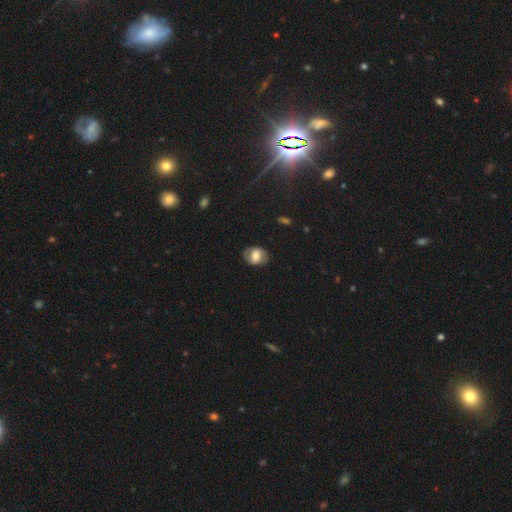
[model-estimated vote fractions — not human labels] smooth-or-featured: smooth: 48% | featured or disk: 43% | star or artifact: 8%
  merging: none: 80% | minor disturbance: 15% | major disturbance: 4% | merger: 1%